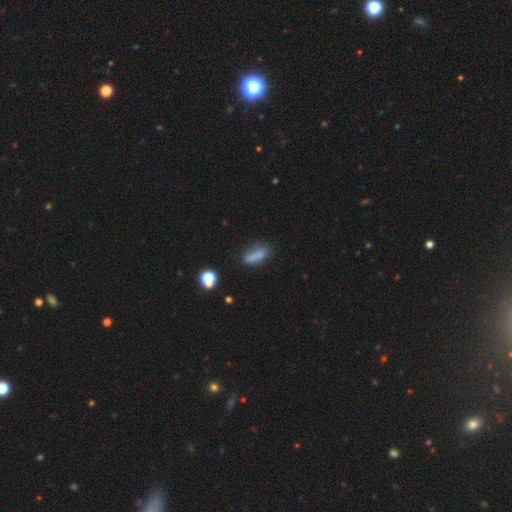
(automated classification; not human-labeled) The model was most divided on "how rounded": in between: 52%, cigar-shaped: 44%, round: 5%. More confident: smooth or featured — smooth (74%); merging — none (58%).